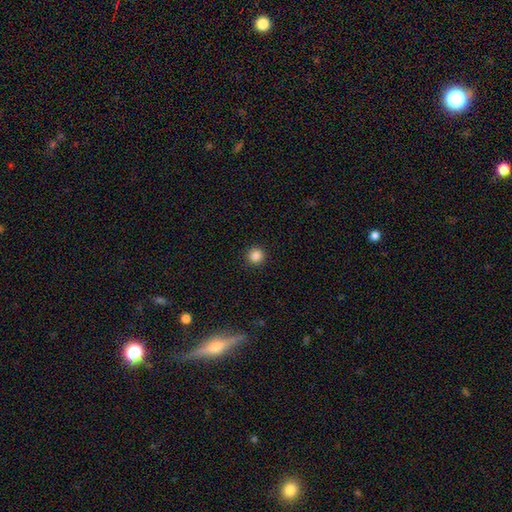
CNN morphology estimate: smooth_or_featured: smooth (p=0.86) [alt: star or artifact p=0.11]
how_rounded: round (p=0.94) [alt: in between p=0.05]
merging: none (p=0.92) [alt: minor disturbance p=0.05]